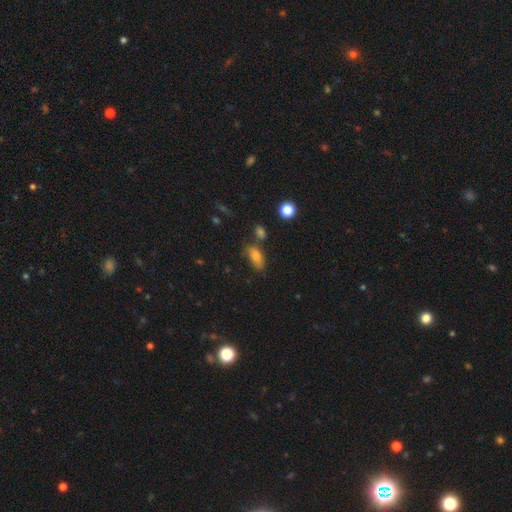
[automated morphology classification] Smooth or featured: smooth — 75% (star or artifact — 13%)
How rounded: in between — 82% (cigar-shaped — 12%)
Merging: none — 56% (minor disturbance — 25%)